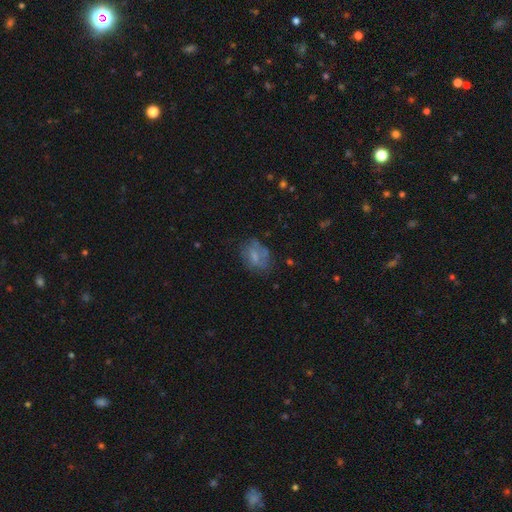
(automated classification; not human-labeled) The model was most divided on "smooth or featured": smooth: 54%, featured or disk: 35%, star or artifact: 11%. More confident: how rounded — in between (72%); merging — none (53%).